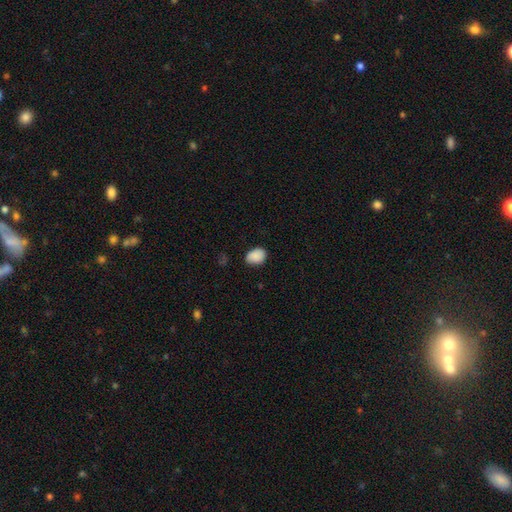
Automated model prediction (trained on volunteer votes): smooth 88%, star or artifact 7%, featured or disk 4%. Down the decision tree: how rounded — in between (72%); merging — none (76%).